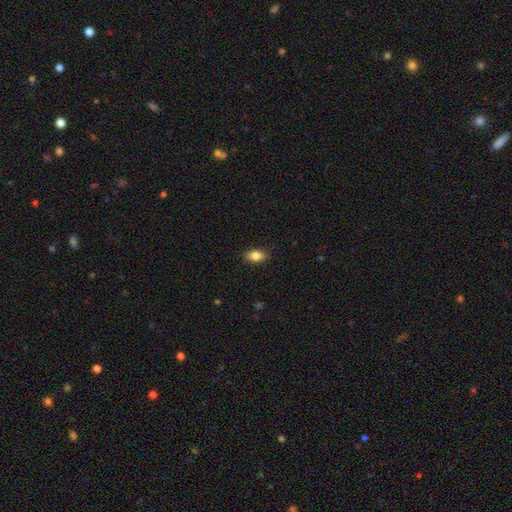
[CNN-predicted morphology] type=smooth (82%); roundness=in between (88%); merging=none (88%).